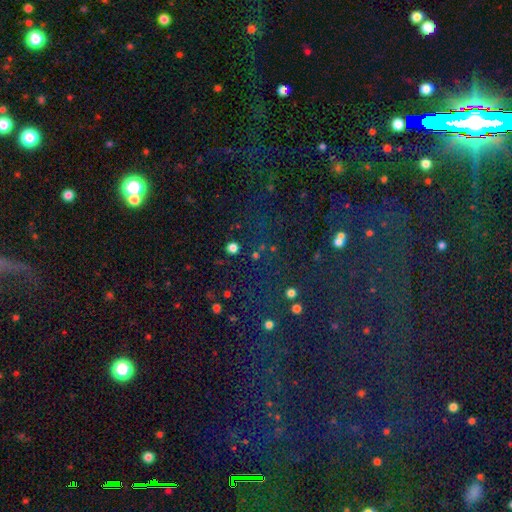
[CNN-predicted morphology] star or artifact 69%, smooth 23%, featured or disk 8%.